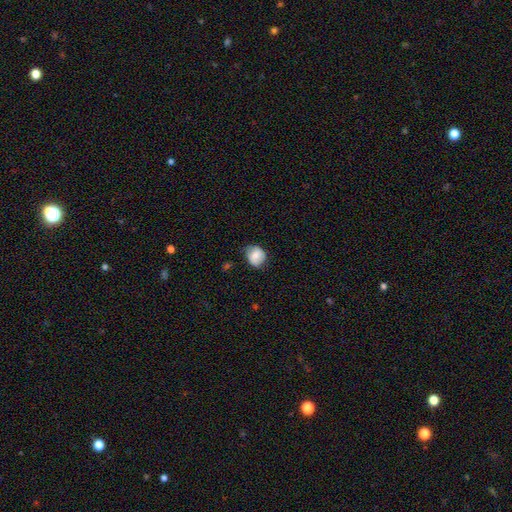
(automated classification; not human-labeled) Q: Smooth or featured?
A: smooth (78%); runner-up: featured or disk (14%)
Q: How rounded?
A: round (67%); runner-up: in between (32%)
Q: Merging?
A: none (67%); runner-up: minor disturbance (26%)